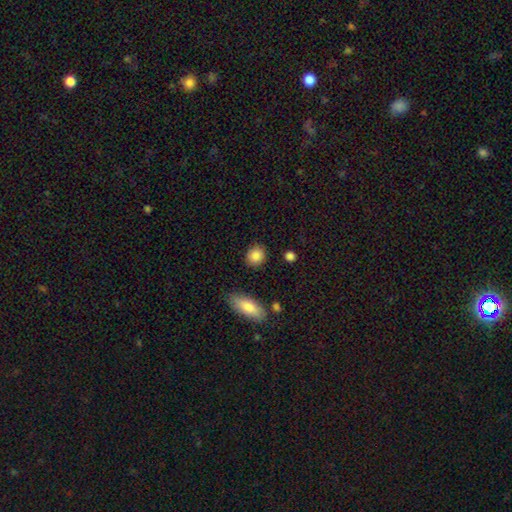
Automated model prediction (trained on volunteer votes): smooth-or-featured: smooth: 87% | star or artifact: 7% | featured or disk: 5%
  how-rounded: round: 71% | in between: 27% | cigar-shaped: 2%
  merging: none: 86% | minor disturbance: 10% | major disturbance: 3% | merger: 2%